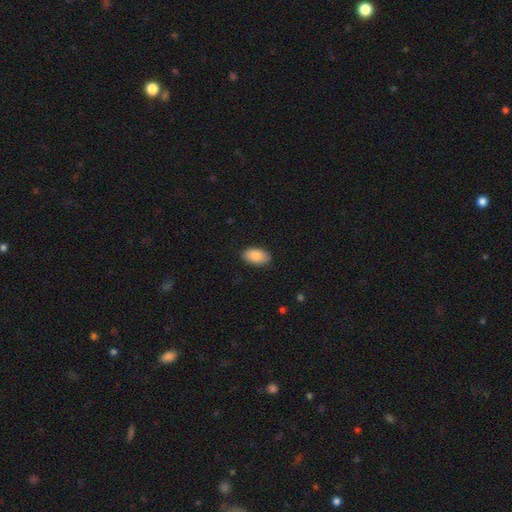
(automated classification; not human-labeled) A smooth galaxy with no disk features (88%) that is in between round and cigar-shaped (95%). Merging: none (88%).